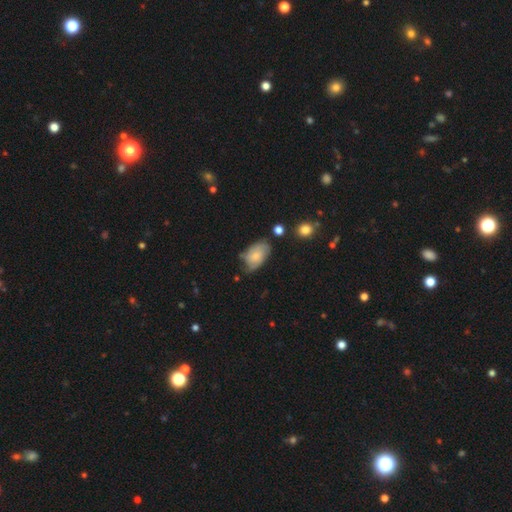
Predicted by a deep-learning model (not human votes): Smooth or featured?
  - smooth: 59% *
  - featured or disk: 34%
  - star or artifact: 7%
How rounded?
  - in between: 90% *
  - round: 8%
  - cigar-shaped: 2%
Merging?
  - none: 53% *
  - minor disturbance: 34%
  - major disturbance: 9%
  - merger: 4%